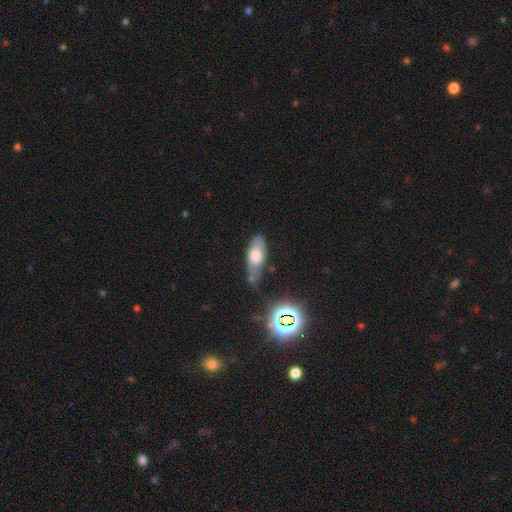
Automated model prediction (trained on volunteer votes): smooth-or-featured: smooth: 56% | featured or disk: 32% | star or artifact: 12%
  how-rounded: in between: 80% | cigar-shaped: 15% | round: 4%
  merging: none: 42% | minor disturbance: 32% | major disturbance: 14% | merger: 13%